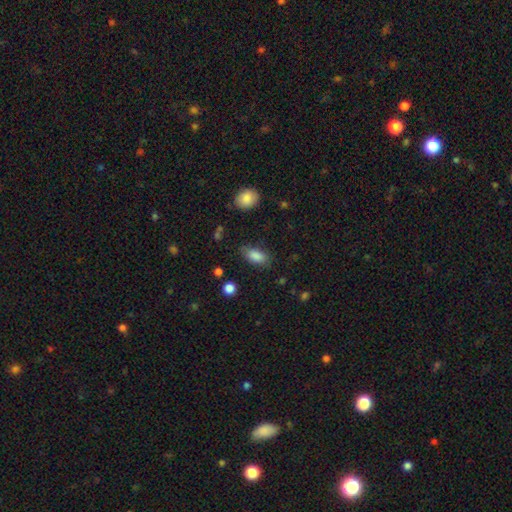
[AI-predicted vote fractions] smooth-or-featured: smooth: 85% | star or artifact: 8% | featured or disk: 7%
  how-rounded: in between: 89% | cigar-shaped: 6% | round: 4%
  merging: none: 76% | minor disturbance: 17% | major disturbance: 5% | merger: 2%